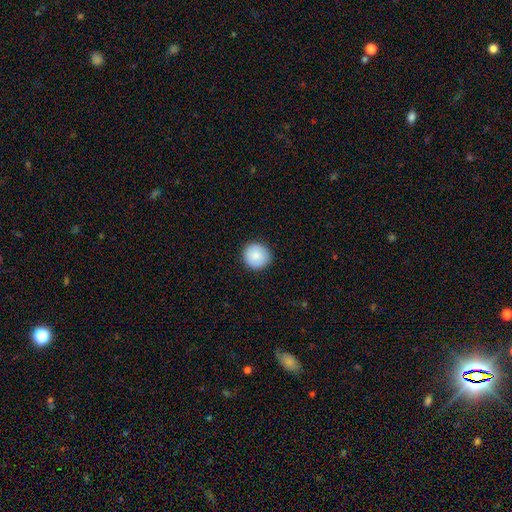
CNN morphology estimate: This appears to be a smooth galaxy with no disk features (86%) that is round (93%). Merging: none (90%).